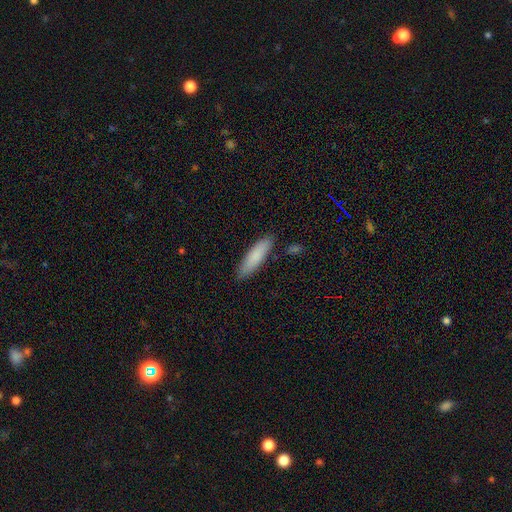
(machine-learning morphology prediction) smooth_or_featured: smooth (p=0.83) [alt: featured or disk p=0.11]
how_rounded: cigar-shaped (p=0.67) [alt: in between p=0.31]
merging: none (p=0.84) [alt: minor disturbance p=0.12]